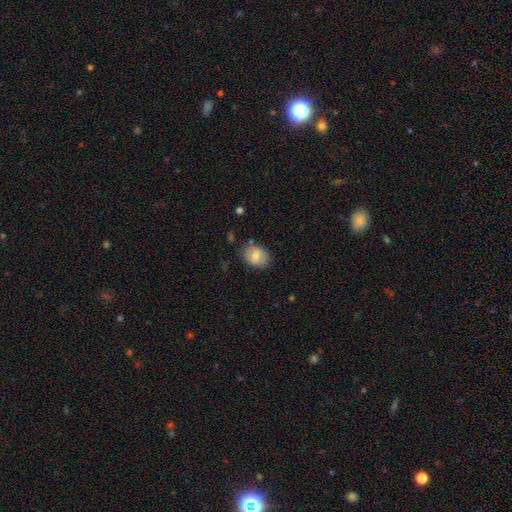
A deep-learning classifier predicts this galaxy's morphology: Smooth or featured?
  - smooth: 66% *
  - featured or disk: 26%
  - star or artifact: 7%
How rounded?
  - in between: 66% *
  - round: 33%
  - cigar-shaped: 1%
Merging?
  - none: 78% *
  - minor disturbance: 16%
  - major disturbance: 4%
  - merger: 3%